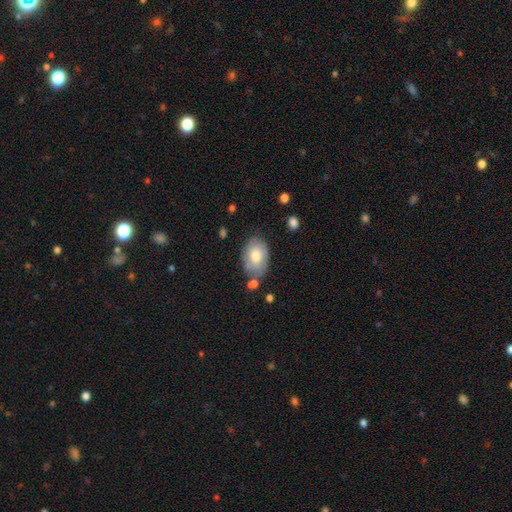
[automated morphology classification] This is likely a smooth galaxy (69%). How rounded: clearly in between (85%). Merging: likely none (64%).